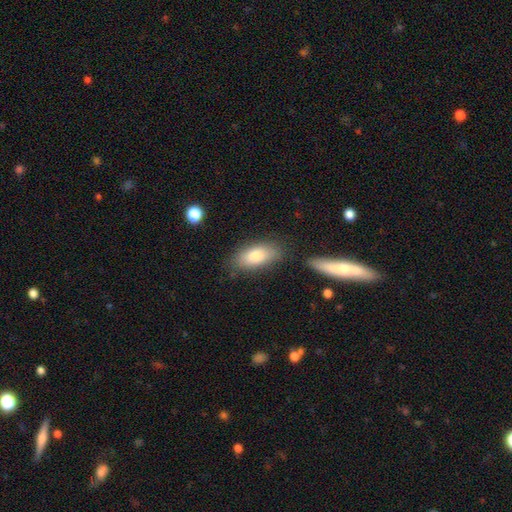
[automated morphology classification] Smooth or featured? Predicted: smooth (p=0.80). How rounded? Predicted: in between (p=0.83). Merging? Predicted: none (p=0.76).